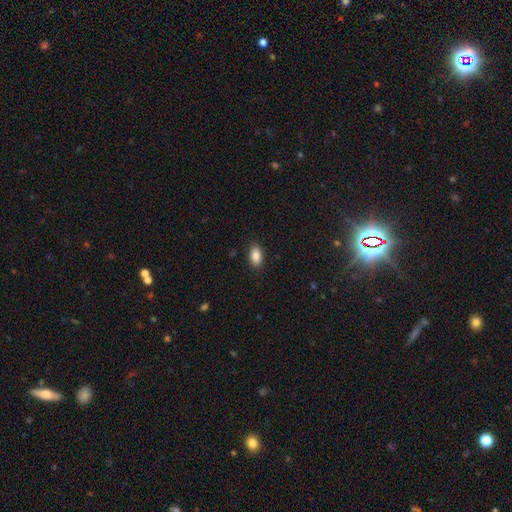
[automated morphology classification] Smooth or featured?
  - smooth: 88% *
  - star or artifact: 8%
  - featured or disk: 4%
How rounded?
  - in between: 92% *
  - round: 5%
  - cigar-shaped: 3%
Merging?
  - none: 88% *
  - minor disturbance: 9%
  - major disturbance: 2%
  - merger: 1%